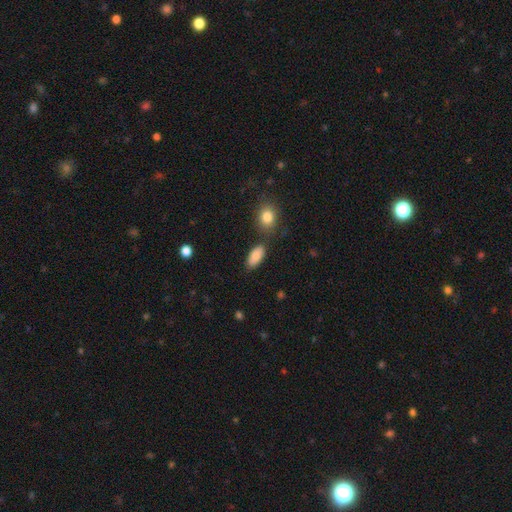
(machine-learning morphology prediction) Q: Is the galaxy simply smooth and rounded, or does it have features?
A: smooth — 86%.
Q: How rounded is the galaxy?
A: in between — 91%.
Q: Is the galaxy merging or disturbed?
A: none — 77%.